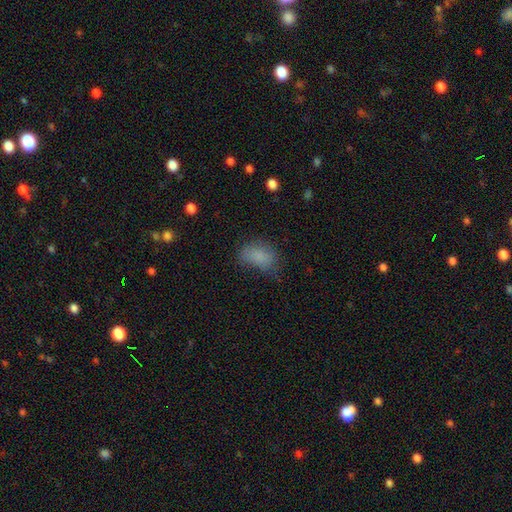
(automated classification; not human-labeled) A smooth galaxy with no disk features (80%) that is in between round and cigar-shaped (88%). Merging: none (54%).